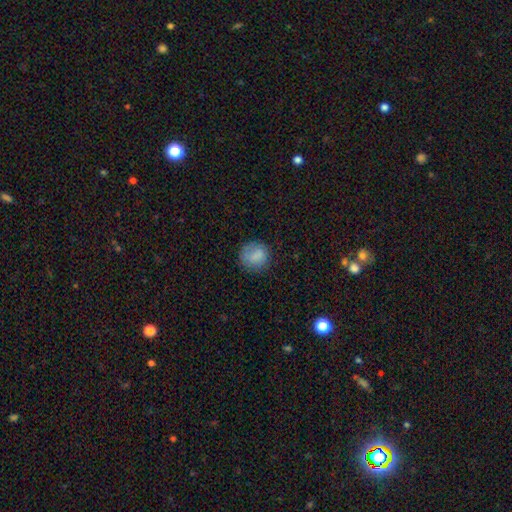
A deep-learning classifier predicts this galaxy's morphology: Smooth or featured? Predicted: smooth (p=0.81). How rounded? Predicted: round (p=0.82). Merging? Predicted: none (p=0.75).